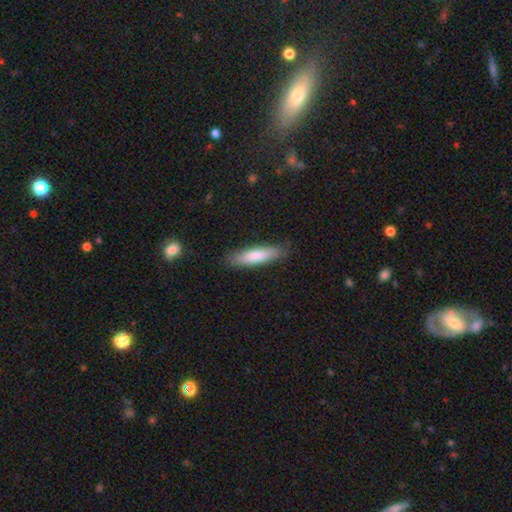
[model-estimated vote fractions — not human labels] A smooth galaxy with no disk features (80%) that is cigar-shaped (68%). Merging: none (85%).